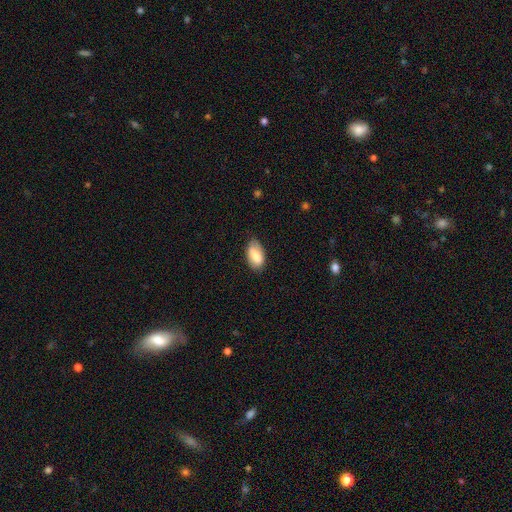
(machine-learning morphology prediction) A smooth galaxy with no disk features (80%) that is in between round and cigar-shaped (92%).

Vote fractions:
- Smooth or featured? smooth: 80% / featured or disk: 14% / star or artifact: 7%
- How rounded? in between: 92% / cigar-shaped: 5% / round: 3%
- Merging? none: 78% / minor disturbance: 17% / major disturbance: 3% / merger: 1%